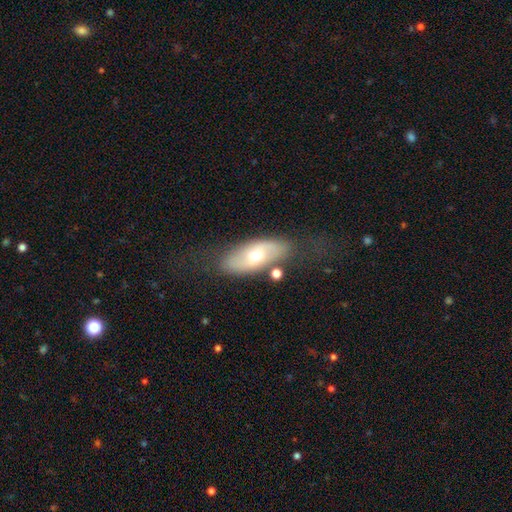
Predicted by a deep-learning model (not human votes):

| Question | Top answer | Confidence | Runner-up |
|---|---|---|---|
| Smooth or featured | featured or disk | 47% | smooth (46%) |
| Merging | none | 66% | minor disturbance (20%) |